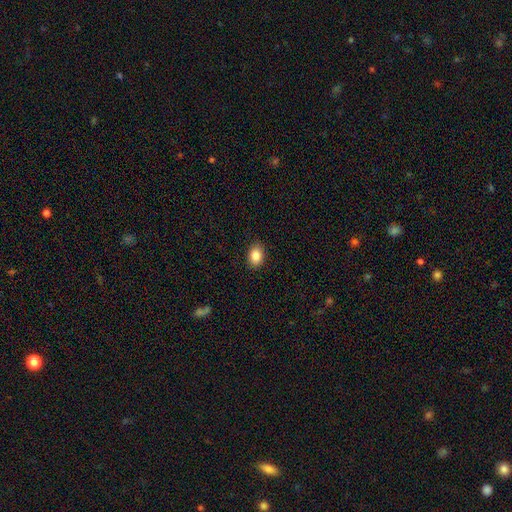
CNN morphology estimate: Overall: smooth (87%). How rounded: in between (80%). Merging: none (88%).